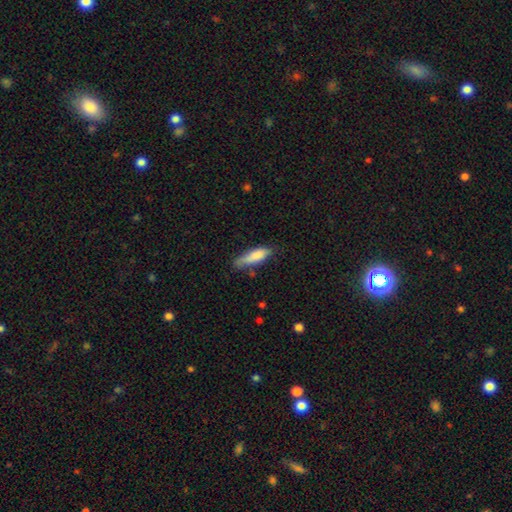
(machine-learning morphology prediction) type=smooth (80%); roundness=cigar-shaped (57%); merging=none (56%).